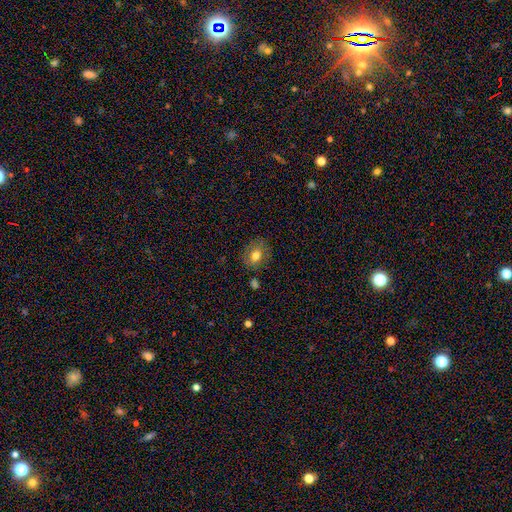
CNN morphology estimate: The model was most divided on "how rounded": round: 54%, in between: 45%, cigar-shaped: 1%. More confident: merging — none (78%); smooth or featured — smooth (74%).